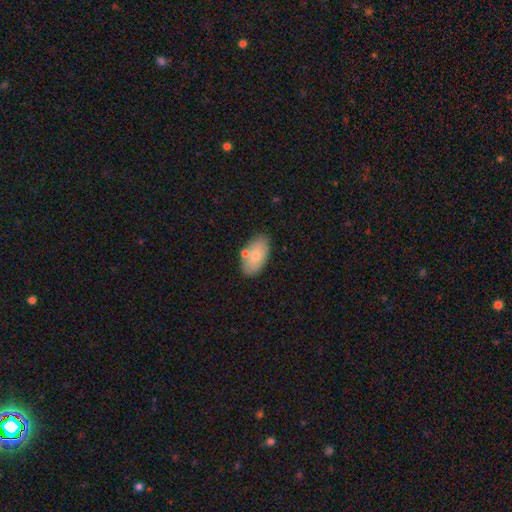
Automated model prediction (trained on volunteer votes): A smooth galaxy with no disk features (74%) that is in between round and cigar-shaped (94%).

Vote fractions:
- Smooth or featured? smooth: 74% / featured or disk: 20% / star or artifact: 7%
- How rounded? in between: 94% / round: 4% / cigar-shaped: 2%
- Merging? none: 73% / minor disturbance: 13% / merger: 11% / major disturbance: 3%